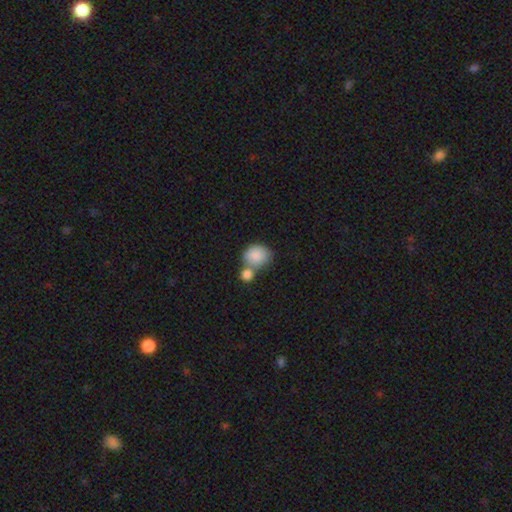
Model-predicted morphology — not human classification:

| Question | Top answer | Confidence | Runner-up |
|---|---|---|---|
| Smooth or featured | smooth | 85% | featured or disk (7%) |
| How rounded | round | 59% | in between (40%) |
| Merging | merger | 46% | none (37%) |